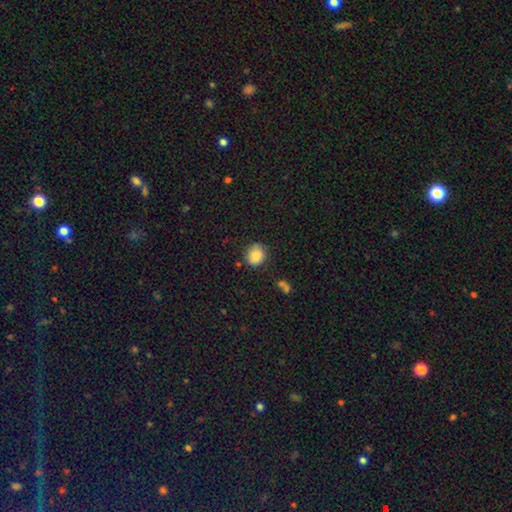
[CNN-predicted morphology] Smooth or featured? smooth (84%)
How rounded? round (64%)
Merging? none (76%)